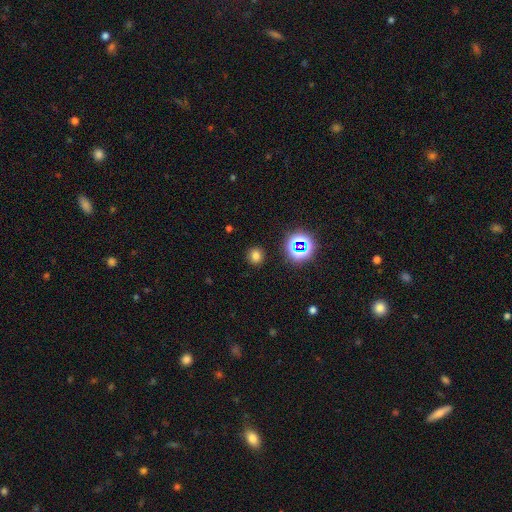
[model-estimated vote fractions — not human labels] This is likely a smooth galaxy (72%). How rounded: clearly round (88%). Merging: clearly none (89%).